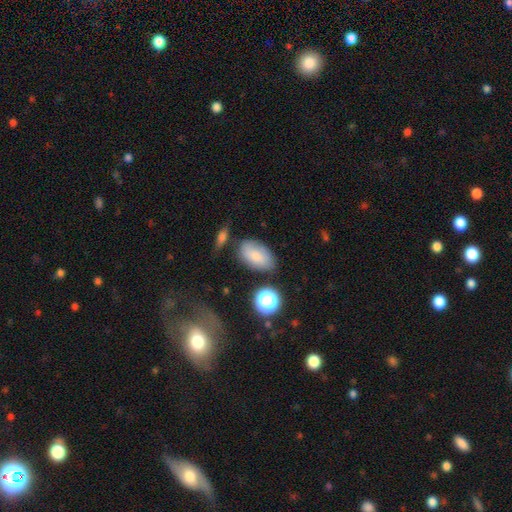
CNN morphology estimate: smooth-or-featured: smooth: 76% | featured or disk: 15% | star or artifact: 9%
  how-rounded: in between: 91% | round: 7% | cigar-shaped: 2%
  merging: none: 65% | minor disturbance: 22% | merger: 7% | major disturbance: 6%